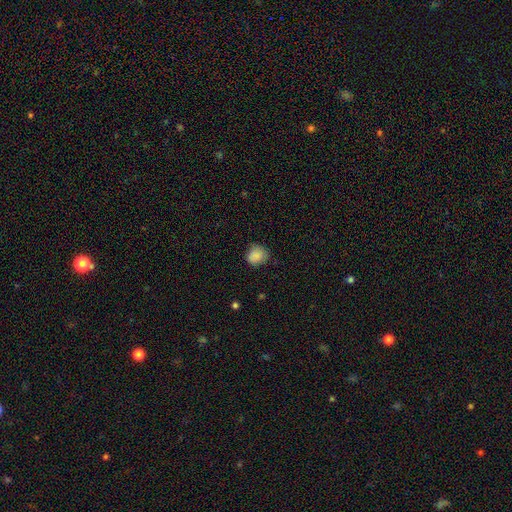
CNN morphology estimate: Smooth or featured: smooth — 86% (star or artifact — 9%)
How rounded: round — 73% (in between — 26%)
Merging: none — 72% (minor disturbance — 23%)